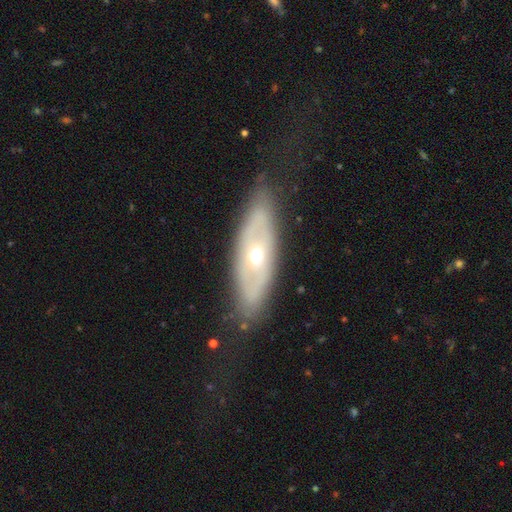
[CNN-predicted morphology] smooth-or-featured: featured or disk: 59% | smooth: 35% | star or artifact: 6%
  disk-edge-on: no: 72% | yes: 28%
  merging: none: 77% | minor disturbance: 16% | major disturbance: 6% | merger: 2%